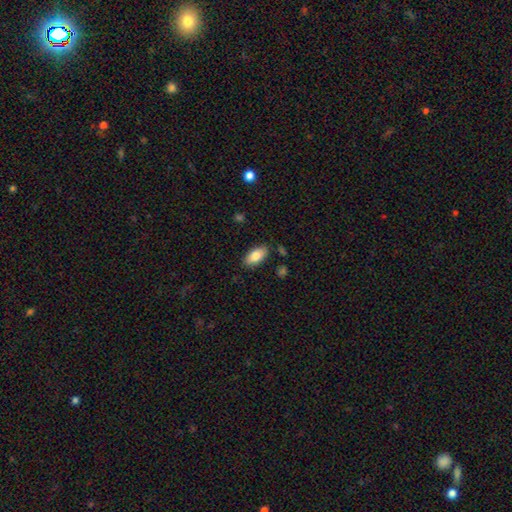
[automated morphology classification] Overall: smooth (83%). How rounded: in between (92%). Merging: none (85%).